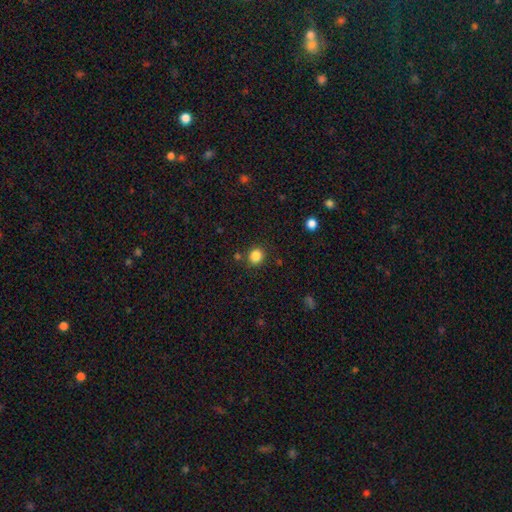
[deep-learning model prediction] smooth-or-featured: smooth: 85% | star or artifact: 11% | featured or disk: 4%
  how-rounded: round: 85% | in between: 14% | cigar-shaped: 1%
  merging: none: 84% | minor disturbance: 8% | merger: 4% | major disturbance: 3%